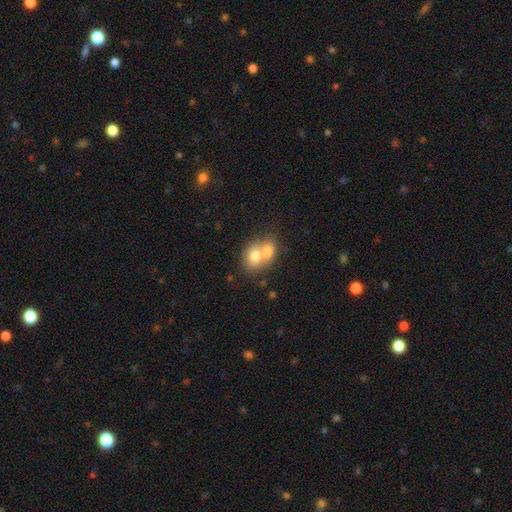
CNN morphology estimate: smooth 71%, featured or disk 20%, star or artifact 8%. Down the decision tree: how rounded — round (52%); merging — merger (70%).